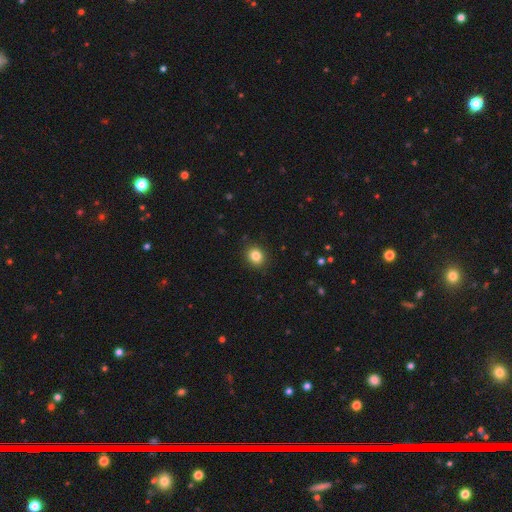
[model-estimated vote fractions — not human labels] smooth 84%, star or artifact 11%, featured or disk 5%. Down the decision tree: how rounded — round (64%); merging — none (90%).